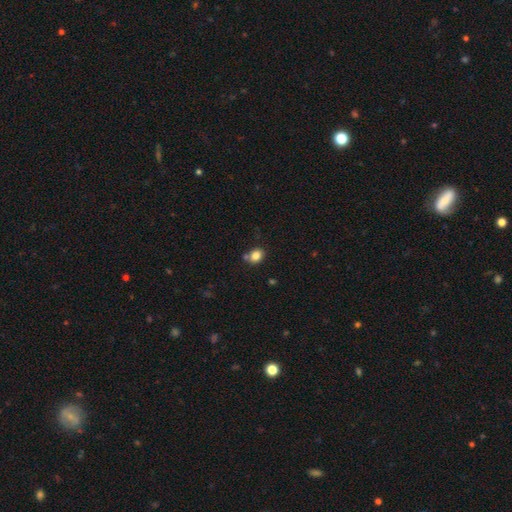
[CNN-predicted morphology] smooth_or_featured: smooth (p=0.83) [alt: star or artifact p=0.10]
how_rounded: round (p=0.52) [alt: in between p=0.48]
merging: none (p=0.69) [alt: minor disturbance p=0.14]